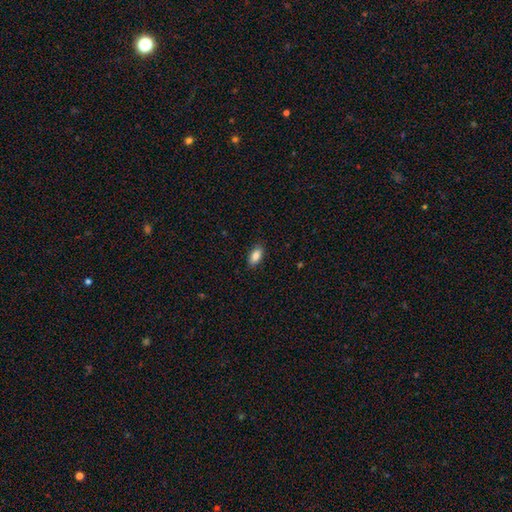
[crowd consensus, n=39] A smooth galaxy with no disk features (95%) that is in between round and cigar-shaped (86%). Merging: none (89%).